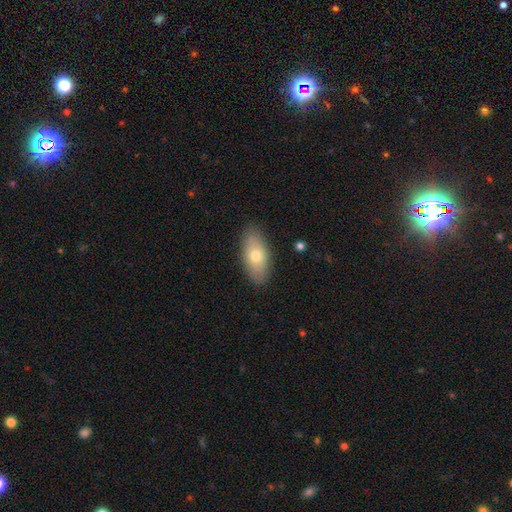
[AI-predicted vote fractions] smooth-or-featured: smooth: 69% | featured or disk: 25% | star or artifact: 7%
  how-rounded: in between: 88% | cigar-shaped: 8% | round: 4%
  merging: none: 87% | minor disturbance: 10% | major disturbance: 2% | merger: 1%